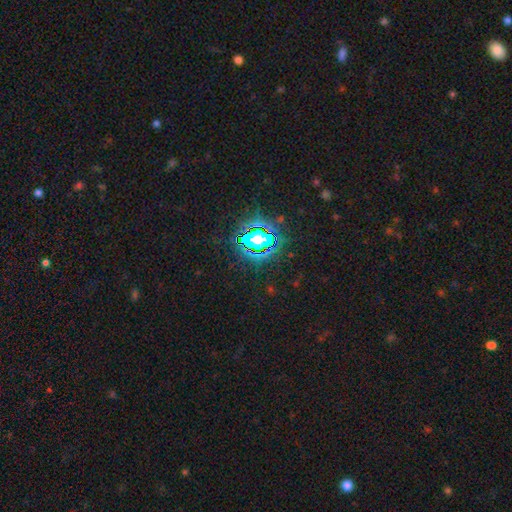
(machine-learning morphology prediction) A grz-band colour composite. It shows a star or artifact, not a galaxy (82%).